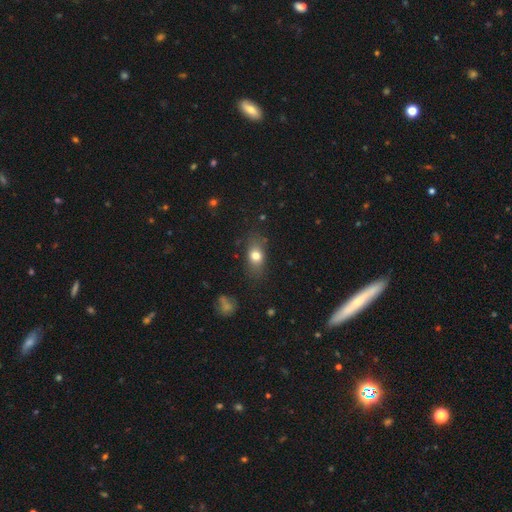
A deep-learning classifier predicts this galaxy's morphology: Overall: smooth (76%). How rounded: in between (72%). Merging: none (77%).